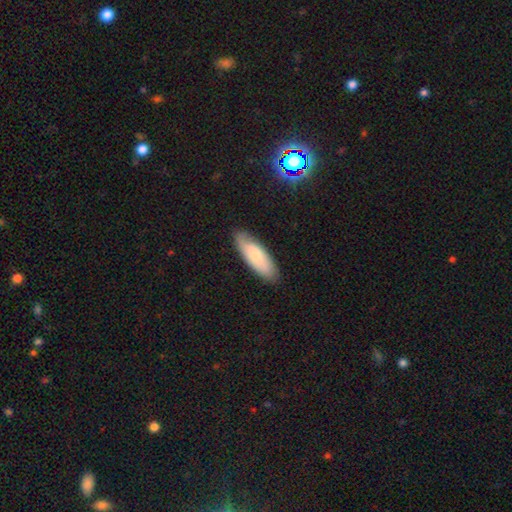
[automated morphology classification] Q: Smooth or featured?
A: smooth (69%); runner-up: featured or disk (25%)
Q: How rounded?
A: in between (62%); runner-up: cigar-shaped (36%)
Q: Merging?
A: none (83%); runner-up: minor disturbance (13%)